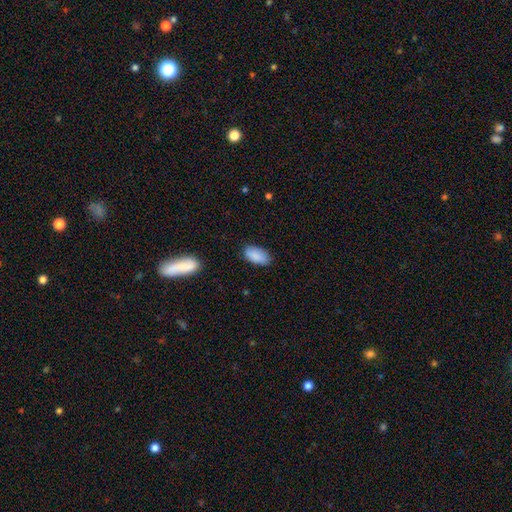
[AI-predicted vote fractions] smooth-or-featured: smooth: 88% | star or artifact: 7% | featured or disk: 5%
  how-rounded: in between: 93% | cigar-shaped: 4% | round: 3%
  merging: none: 81% | minor disturbance: 15% | major disturbance: 3% | merger: 1%